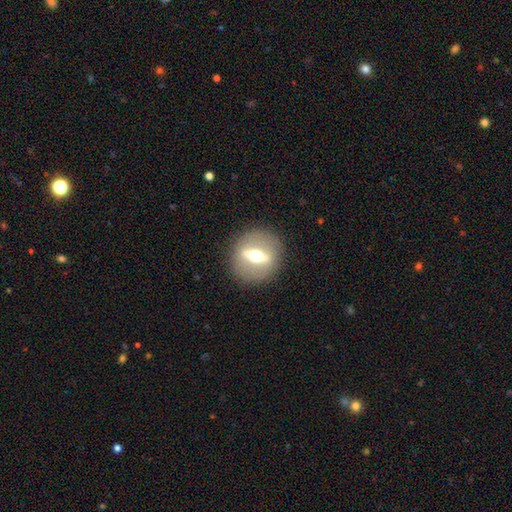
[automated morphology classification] Smooth or featured? featured or disk (72%)
Edge-on disk? yes (52%)
Merging? none (88%)